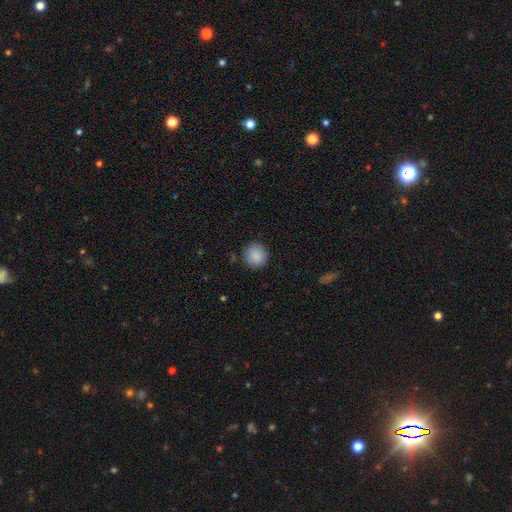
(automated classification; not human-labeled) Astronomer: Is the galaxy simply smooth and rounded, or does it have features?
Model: smooth — 88%.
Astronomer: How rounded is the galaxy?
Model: round — 92%.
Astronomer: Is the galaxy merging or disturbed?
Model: none — 89%.